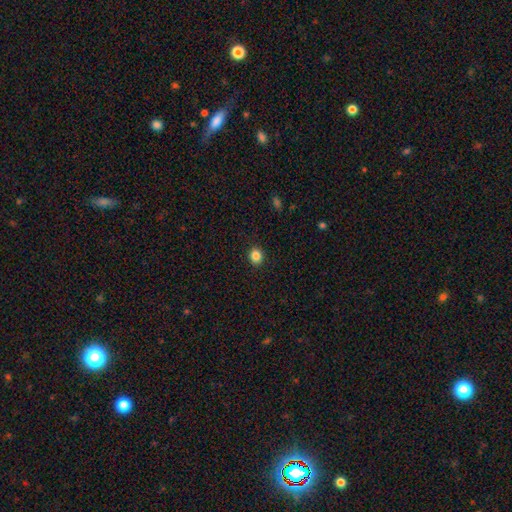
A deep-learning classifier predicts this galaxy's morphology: Smooth or featured: smooth — 85% (star or artifact — 11%)
How rounded: round — 80% (in between — 19%)
Merging: none — 92% (minor disturbance — 6%)